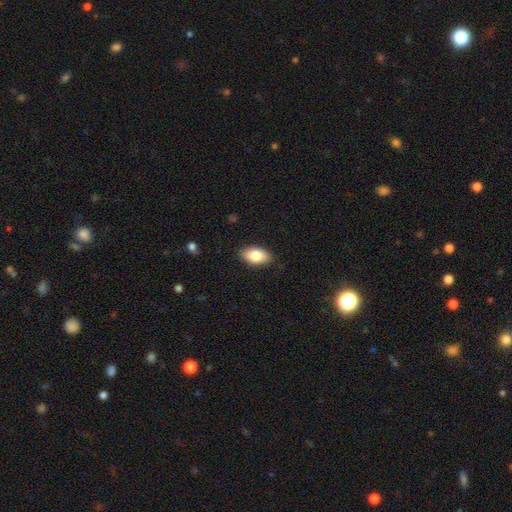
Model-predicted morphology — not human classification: type=smooth (82%); roundness=in between (92%); merging=none (87%).